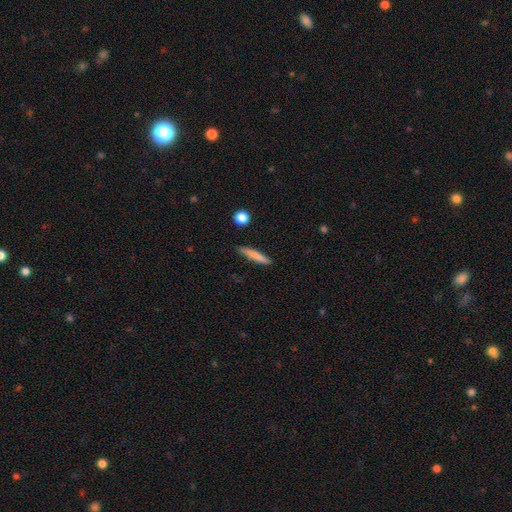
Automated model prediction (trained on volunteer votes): A smooth galaxy with no disk features (77%) that is cigar-shaped (91%).

Vote fractions:
- Smooth or featured? smooth: 77% / featured or disk: 16% / star or artifact: 7%
- How rounded? cigar-shaped: 91% / in between: 7% / round: 2%
- Merging? none: 84% / minor disturbance: 12% / major disturbance: 2% / merger: 2%